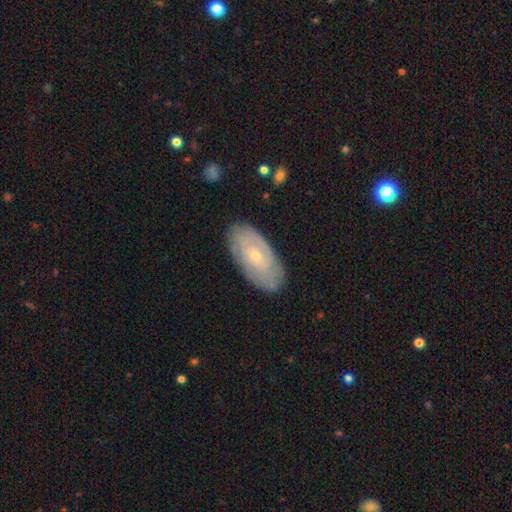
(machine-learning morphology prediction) Smooth or featured: featured or disk — 63% (smooth — 30%)
Edge-on disk: no — 91% (yes — 9%)
Bar: no — 70% (weak — 24%)
Spiral arms: yes — 73% (no — 27%)
Bulge size: small — 74% (moderate — 22%)
Merging: none — 83% (minor disturbance — 13%)